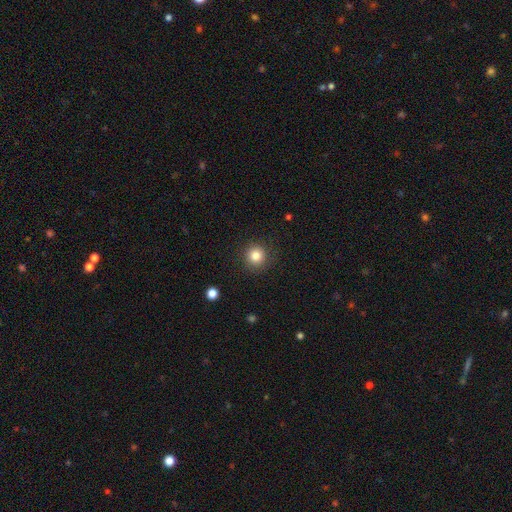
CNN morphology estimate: type=smooth (82%); roundness=round (93%); merging=none (89%).